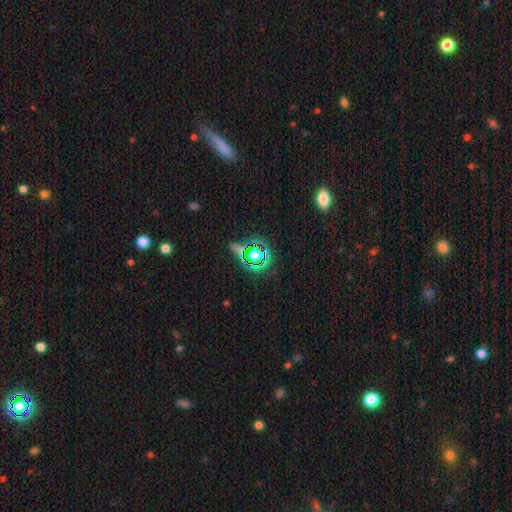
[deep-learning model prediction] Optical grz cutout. It shows a star or artifact, not a galaxy (63%).